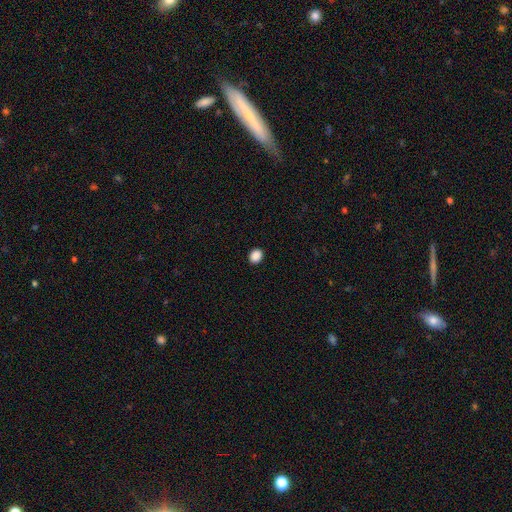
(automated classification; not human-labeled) Smooth or featured? Predicted: smooth (p=0.89). How rounded? Predicted: round (p=0.52). Merging? Predicted: none (p=0.92).